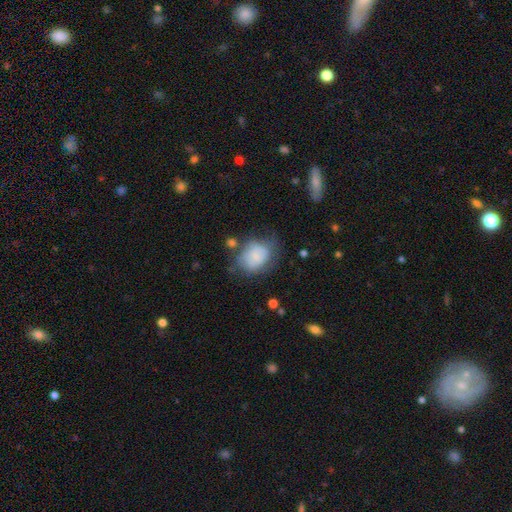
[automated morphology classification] Overall: smooth (65%; featured or disk 26%). How rounded: in between (52%; round 47%). Merging: none (46%; minor disturbance 29%).